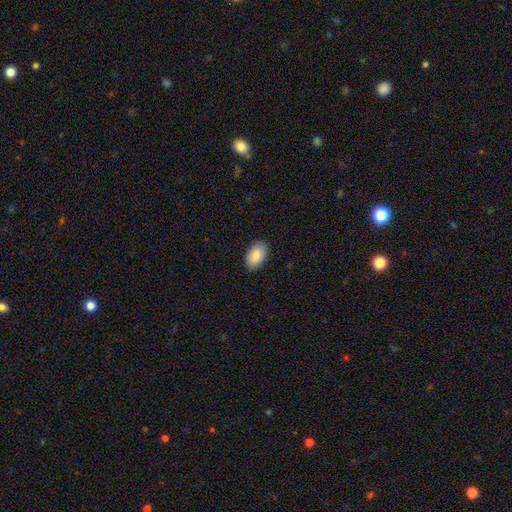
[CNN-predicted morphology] smooth 87%, featured or disk 7%, star or artifact 6%. Down the decision tree: how rounded — in between (94%); merging — none (89%).